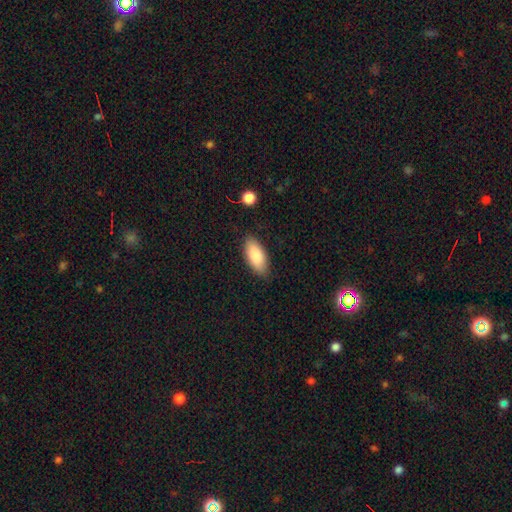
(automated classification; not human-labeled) A smooth galaxy with no disk features (87%) that is in between round and cigar-shaped (87%).

Vote fractions:
- Smooth or featured? smooth: 87% / featured or disk: 7% / star or artifact: 6%
- How rounded? in between: 87% / cigar-shaped: 11% / round: 2%
- Merging? none: 83% / minor disturbance: 13% / major disturbance: 3% / merger: 1%